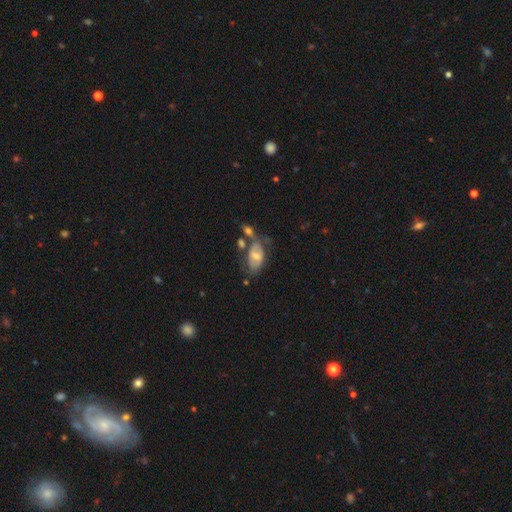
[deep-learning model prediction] smooth_or_featured: featured or disk (p=0.49) [alt: smooth p=0.44]
merging: none (p=0.38) [alt: merger p=0.26]